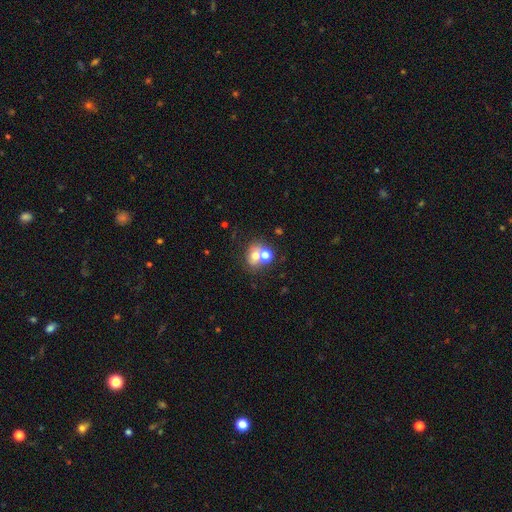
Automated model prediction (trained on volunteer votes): This appears to be a smooth galaxy with no disk features (64%) that is round (61%). Merging: merger (46%).